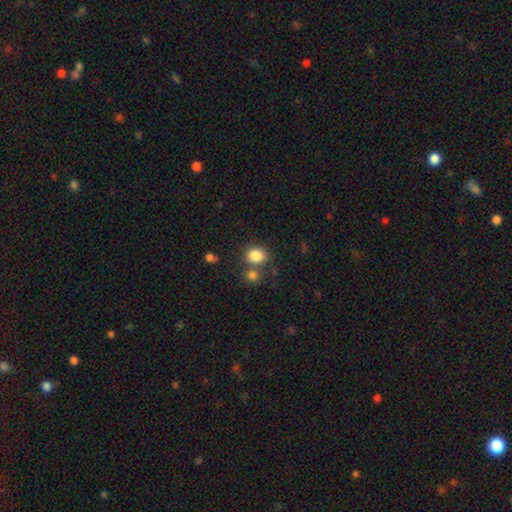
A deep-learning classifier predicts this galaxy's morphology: A smooth galaxy with no disk features (84%) that is round (68%). Merging: none (66%).